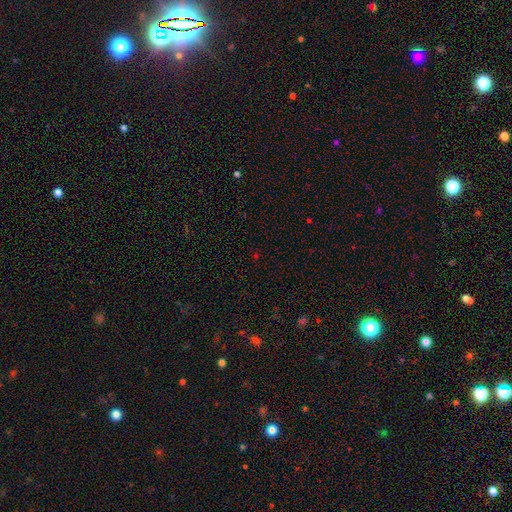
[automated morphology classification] This is likely a star or artifact rather than a galaxy (66%).